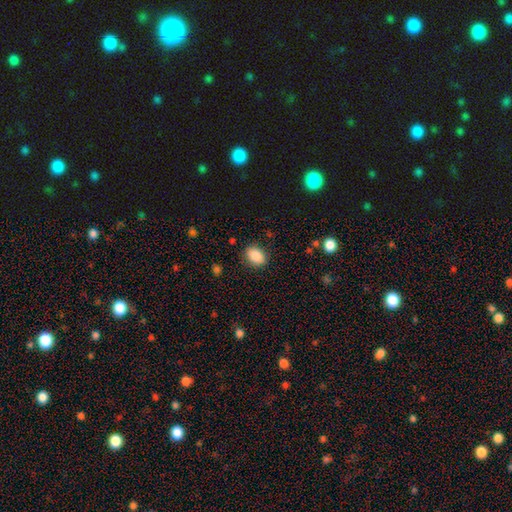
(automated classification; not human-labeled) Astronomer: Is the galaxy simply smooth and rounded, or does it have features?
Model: smooth — 88%.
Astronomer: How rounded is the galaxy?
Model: in between — 76%.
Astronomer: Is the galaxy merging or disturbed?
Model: none — 86%.